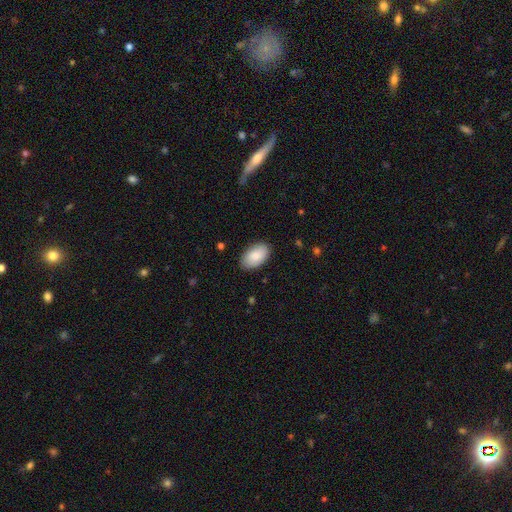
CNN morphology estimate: The model was most divided on "merging": none: 86%, minor disturbance: 10%, major disturbance: 2%, merger: 1%. More confident: how rounded — in between (95%); smooth or featured — smooth (87%).